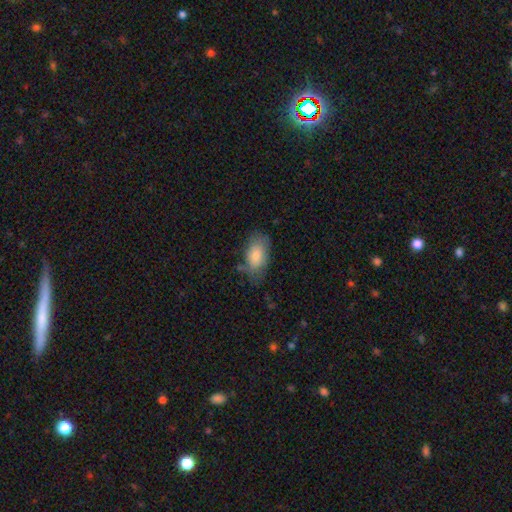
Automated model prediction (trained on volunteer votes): A smooth galaxy with no disk features (78%) that is in between round and cigar-shaped (92%).

Vote fractions:
- Smooth or featured? smooth: 78% / featured or disk: 14% / star or artifact: 7%
- How rounded? in between: 92% / round: 5% / cigar-shaped: 3%
- Merging? none: 64% / minor disturbance: 26% / major disturbance: 8% / merger: 3%